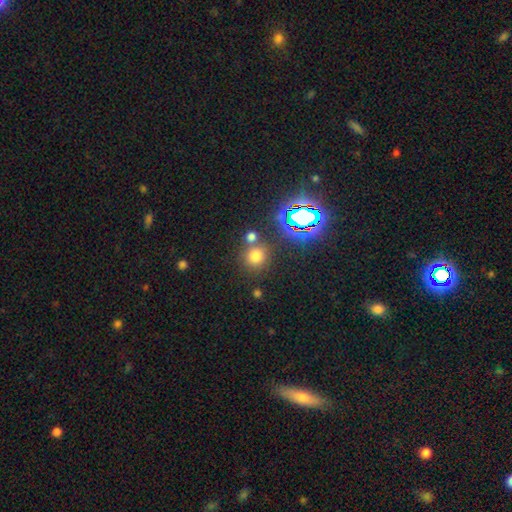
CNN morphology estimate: Smooth or featured? smooth (67%)
How rounded? round (89%)
Merging? none (71%)